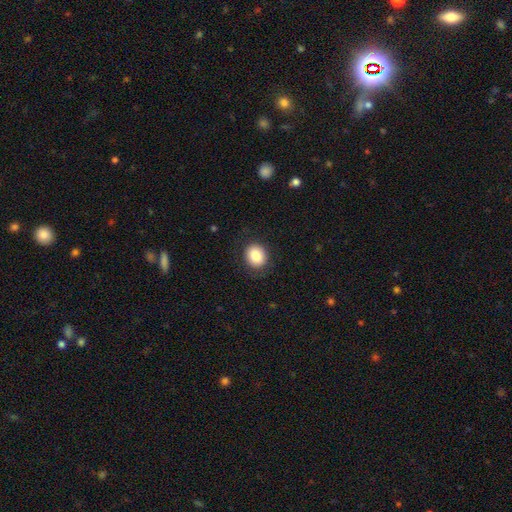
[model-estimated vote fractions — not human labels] Smooth or featured?
  - smooth: 85% *
  - star or artifact: 9%
  - featured or disk: 6%
How rounded?
  - round: 68% *
  - in between: 32%
  - cigar-shaped: 1%
Merging?
  - none: 87% *
  - minor disturbance: 9%
  - major disturbance: 3%
  - merger: 1%